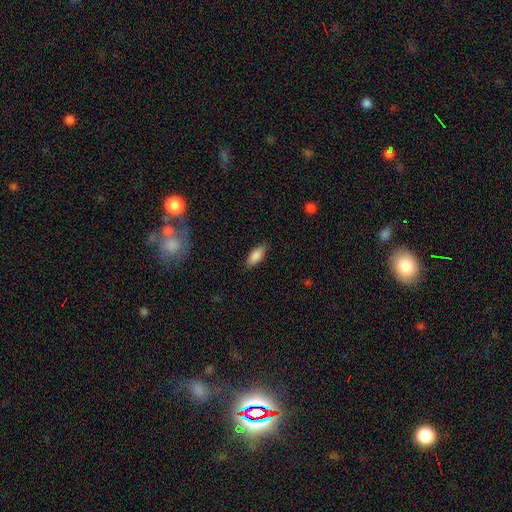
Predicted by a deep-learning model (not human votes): smooth-or-featured: smooth: 87% | featured or disk: 7% | star or artifact: 6%
  how-rounded: in between: 83% | cigar-shaped: 15% | round: 2%
  merging: none: 85% | minor disturbance: 11% | major disturbance: 2% | merger: 1%